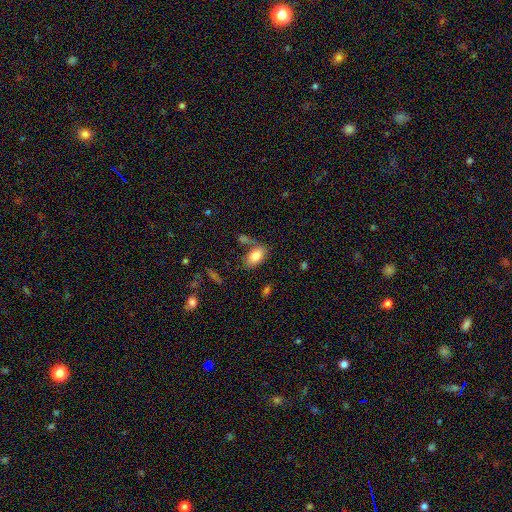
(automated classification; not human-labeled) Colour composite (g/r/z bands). It shows a smooth galaxy with no disk features (82%) that is in between round and cigar-shaped (90%). Merging: none (61%).